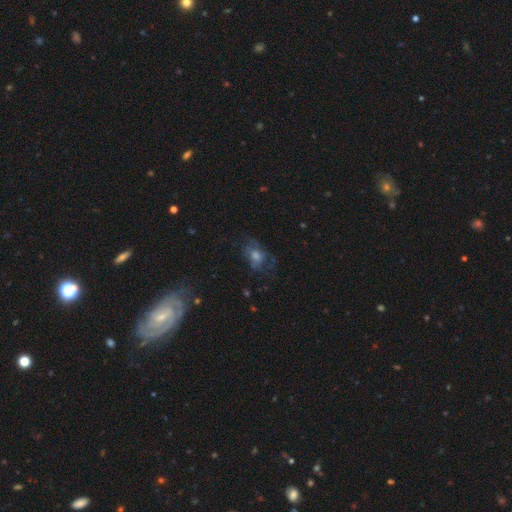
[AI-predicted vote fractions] Smooth or featured?
  - featured or disk: 45% *
  - smooth: 34%
  - star or artifact: 21%
Merging?
  - none: 55% *
  - major disturbance: 22%
  - minor disturbance: 20%
  - merger: 3%